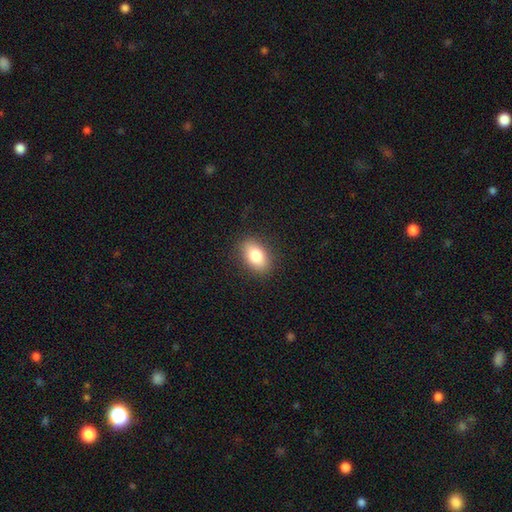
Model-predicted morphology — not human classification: A smooth galaxy with no disk features (81%) that is in between round and cigar-shaped (84%). Merging: none (87%).